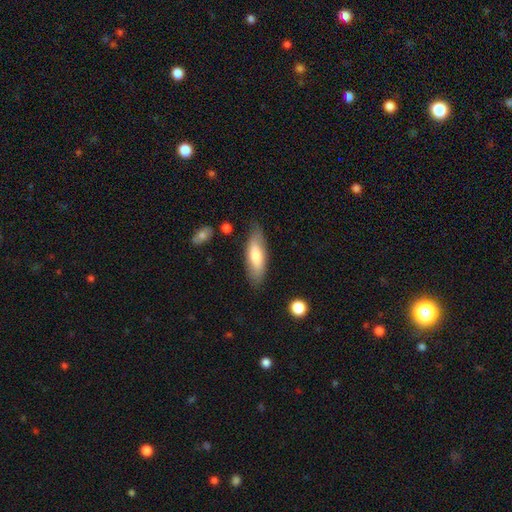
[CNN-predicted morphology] Overall: smooth (68%). How rounded: in between (58%; cigar-shaped 40%). Merging: none (80%).